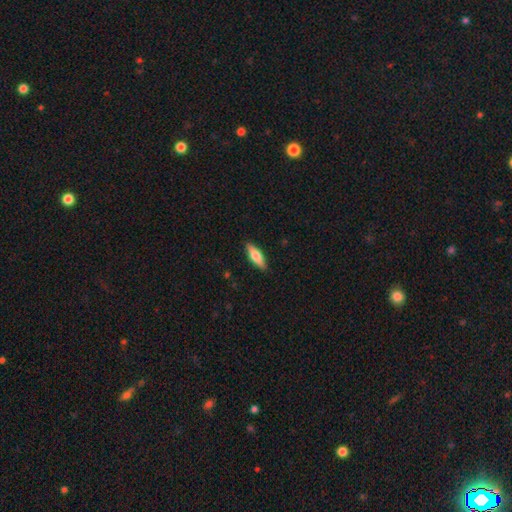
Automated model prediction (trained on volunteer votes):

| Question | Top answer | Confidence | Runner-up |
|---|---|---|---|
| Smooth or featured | smooth | 67% | featured or disk (27%) |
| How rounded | in between | 51% | cigar-shaped (46%) |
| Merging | none | 89% | minor disturbance (8%) |